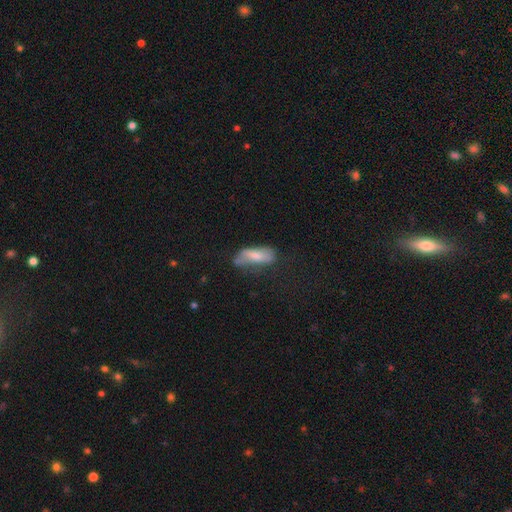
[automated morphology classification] Overall: smooth (67%). How rounded: in between (67%; cigar-shaped 31%). Merging: none (41%; minor disturbance 33%).